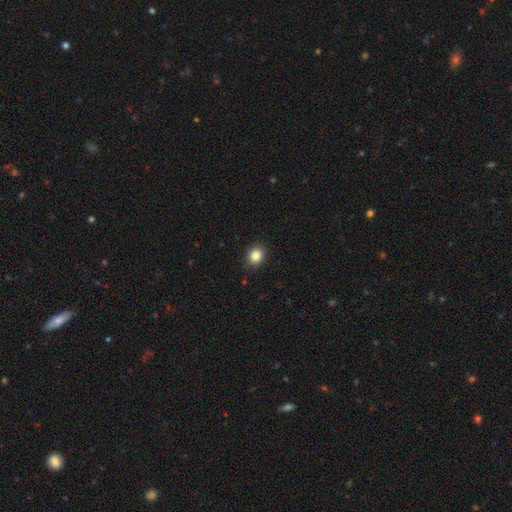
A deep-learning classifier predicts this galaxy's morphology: A smooth galaxy with no disk features (85%) that is round (61%).

Vote fractions:
- Smooth or featured? smooth: 85% / star or artifact: 10% / featured or disk: 5%
- How rounded? round: 61% / in between: 38% / cigar-shaped: 1%
- Merging? none: 89% / minor disturbance: 8% / major disturbance: 2% / merger: 1%